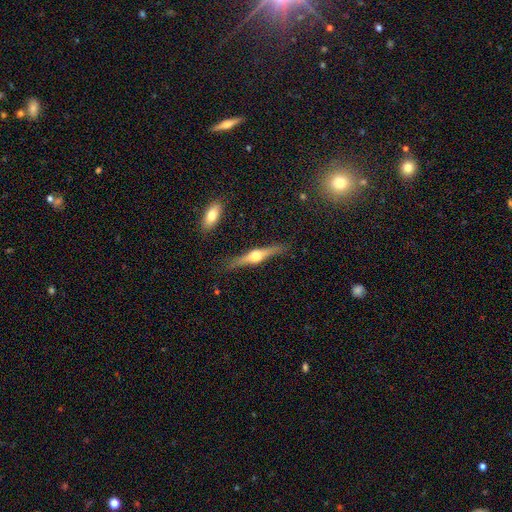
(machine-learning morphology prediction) Smooth or featured: featured or disk — 74% (smooth — 20%)
Edge-on disk: yes — 97% (no — 3%)
Edge-on bulge: rounded — 95% (boxy — 3%)
Merging: none — 86% (minor disturbance — 10%)